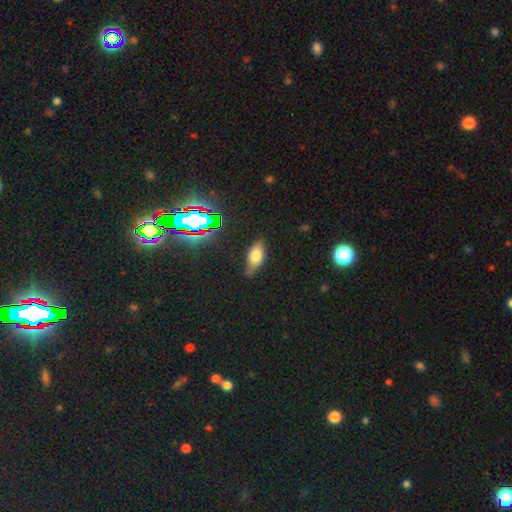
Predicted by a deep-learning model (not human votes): Q: Smooth or featured?
A: smooth (66%); runner-up: featured or disk (19%)
Q: How rounded?
A: in between (85%); runner-up: cigar-shaped (10%)
Q: Merging?
A: none (72%); runner-up: minor disturbance (21%)